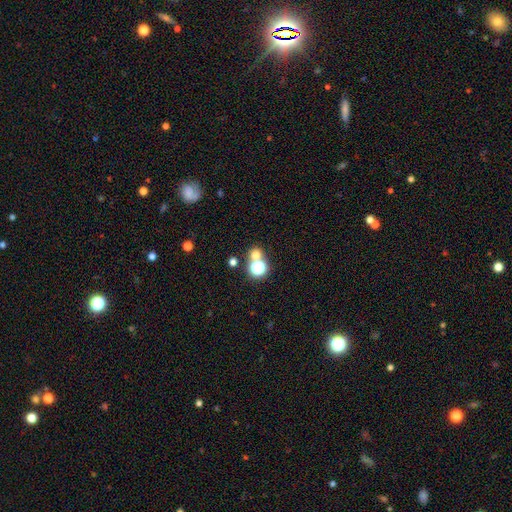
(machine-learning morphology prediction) This is likely a smooth galaxy (63%). How rounded: clearly round (86%). Merging: possibly none (59%).